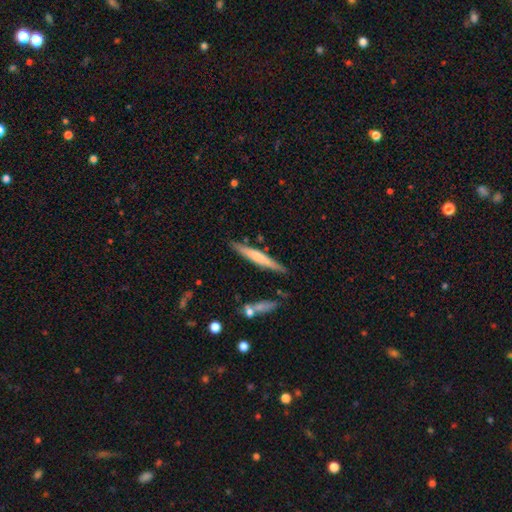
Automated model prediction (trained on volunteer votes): Morphology: type=smooth (49%); merging=none (84%).